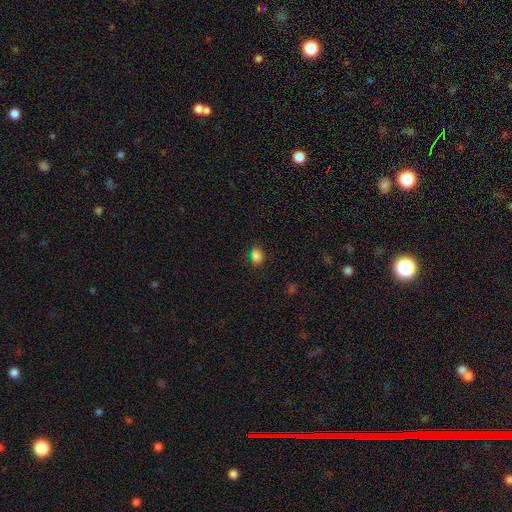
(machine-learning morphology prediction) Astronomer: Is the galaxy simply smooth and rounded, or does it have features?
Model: smooth — 78%.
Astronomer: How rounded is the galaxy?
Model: in between — 64%.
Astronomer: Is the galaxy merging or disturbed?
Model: none — 78%.